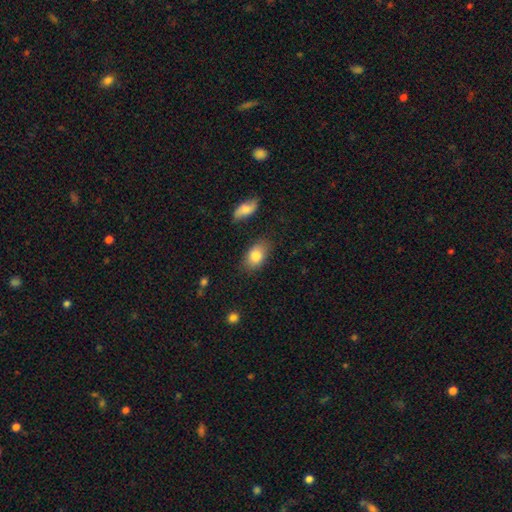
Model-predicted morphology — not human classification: Q: Smooth or featured?
A: smooth (83%); runner-up: featured or disk (9%)
Q: How rounded?
A: in between (88%); runner-up: round (10%)
Q: Merging?
A: none (79%); runner-up: minor disturbance (15%)